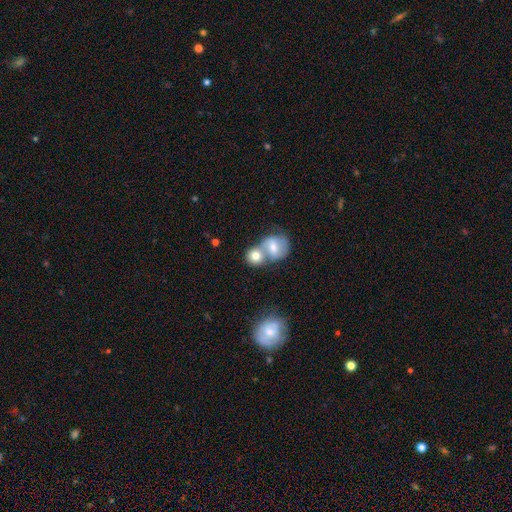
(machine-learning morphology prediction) A smooth galaxy with no disk features (71%) that is round (74%). Merging: merger (64%).